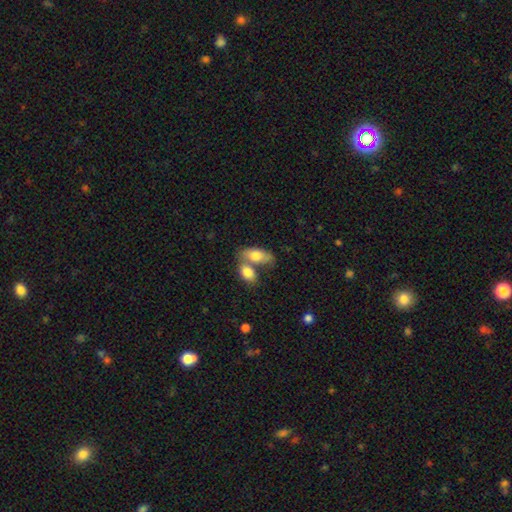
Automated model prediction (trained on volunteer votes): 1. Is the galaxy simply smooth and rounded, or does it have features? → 77% smooth, 17% featured or disk, 6% star or artifact.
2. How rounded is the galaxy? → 89% in between, 5% round, 5% cigar-shaped.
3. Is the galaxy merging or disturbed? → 58% merger, 29% none, 9% minor disturbance, 4% major disturbance.